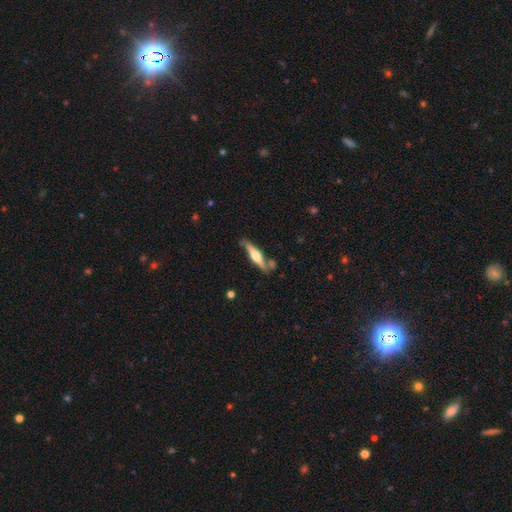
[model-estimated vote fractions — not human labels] featured or disk 60%, smooth 34%, star or artifact 6%. Down the decision tree: edge-on disk — yes (94%); edge-on bulge — rounded (87%); merging — none (74%).